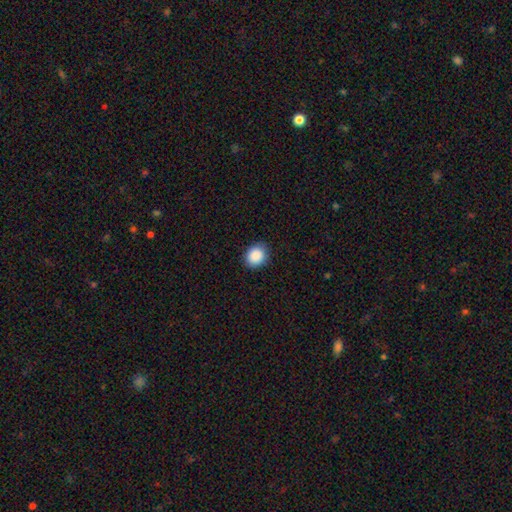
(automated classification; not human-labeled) Overall: smooth (89%). How rounded: round (63%; in between 36%). Merging: none (88%).